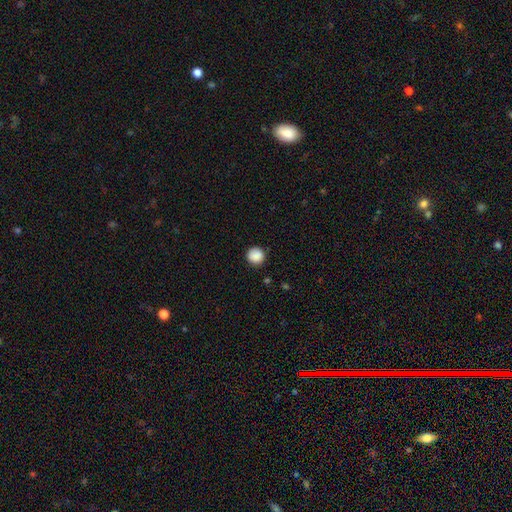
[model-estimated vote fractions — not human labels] A smooth galaxy with no disk features (89%) that is round (95%). Merging: none (90%).